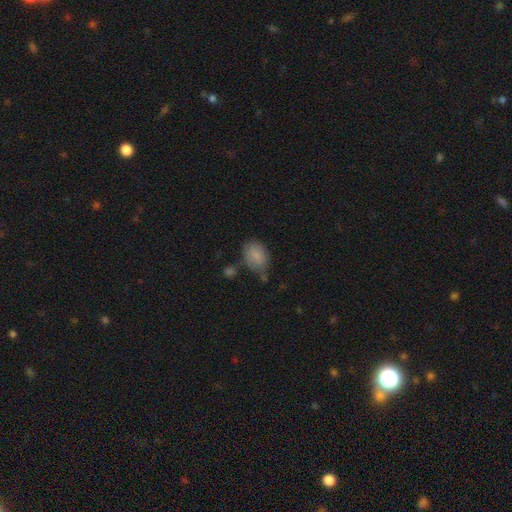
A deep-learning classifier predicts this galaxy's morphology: The model was most divided on "merging": none: 54%, minor disturbance: 27%, merger: 10%, major disturbance: 9%. More confident: smooth or featured — smooth (83%); how rounded — in between (73%).